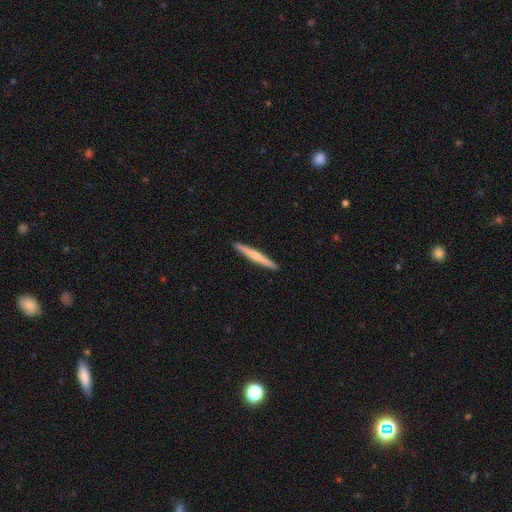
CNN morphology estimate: A smooth galaxy with no disk features (53%) that is cigar-shaped (96%). Merging: none (93%).